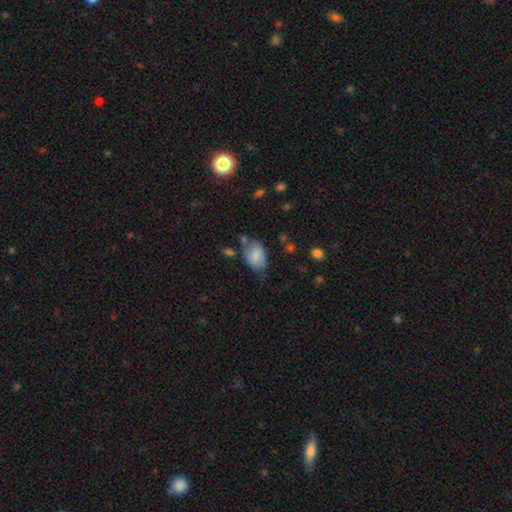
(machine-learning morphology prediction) Q: Smooth or featured?
A: smooth (77%); runner-up: featured or disk (15%)
Q: How rounded?
A: in between (87%); runner-up: round (12%)
Q: Merging?
A: none (53%); runner-up: minor disturbance (30%)